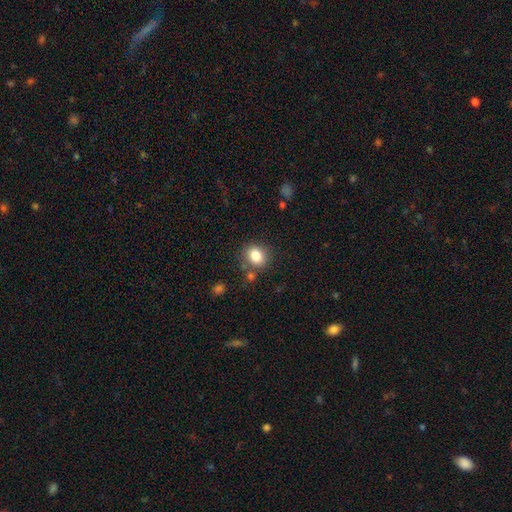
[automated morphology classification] smooth_or_featured: smooth (p=0.83) [alt: star or artifact p=0.10]
how_rounded: round (p=0.57) [alt: in between p=0.42]
merging: none (p=0.77) [alt: minor disturbance p=0.12]